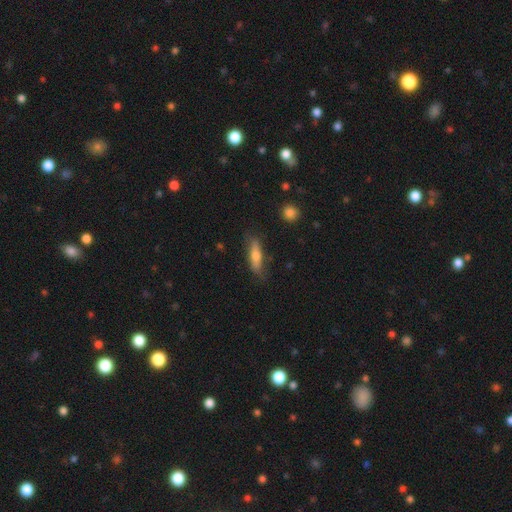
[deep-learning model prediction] smooth_or_featured: smooth (p=0.61) [alt: featured or disk p=0.33]
how_rounded: cigar-shaped (p=0.64) [alt: in between p=0.34]
merging: none (p=0.77) [alt: minor disturbance p=0.17]